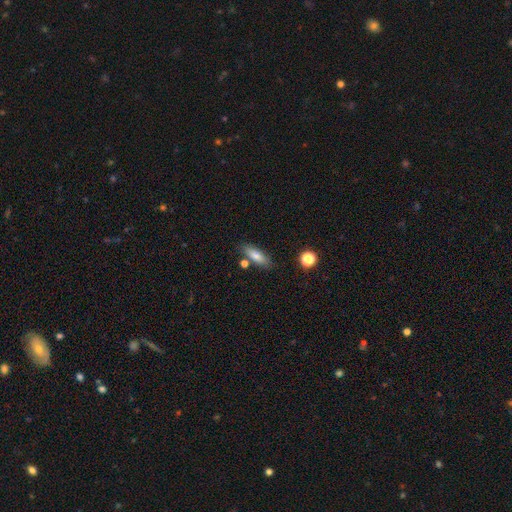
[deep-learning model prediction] smooth_or_featured: smooth (p=0.76) [alt: featured or disk p=0.17]
how_rounded: in between (p=0.59) [alt: cigar-shaped p=0.38]
merging: none (p=0.76) [alt: minor disturbance p=0.13]